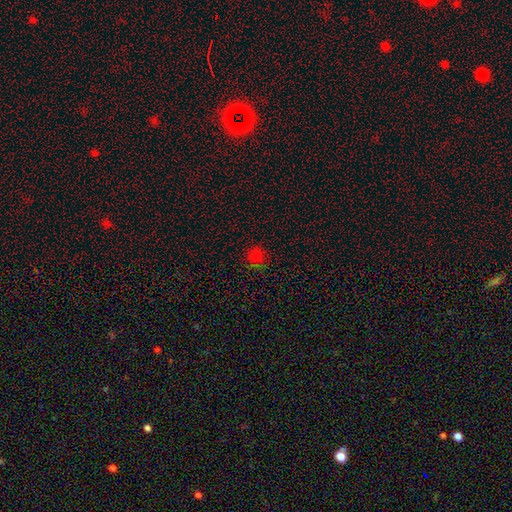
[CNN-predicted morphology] smooth-or-featured: smooth: 66% | star or artifact: 29% | featured or disk: 5%
  how-rounded: round: 88% | in between: 11% | cigar-shaped: 1%
  merging: none: 81% | minor disturbance: 13% | major disturbance: 4% | merger: 2%